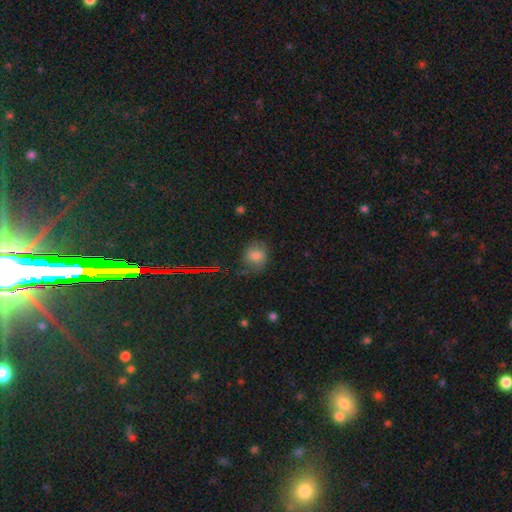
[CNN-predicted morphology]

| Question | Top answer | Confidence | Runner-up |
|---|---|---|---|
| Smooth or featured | smooth | 70% | featured or disk (15%) |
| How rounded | round | 65% | in between (34%) |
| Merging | none | 64% | minor disturbance (24%) |